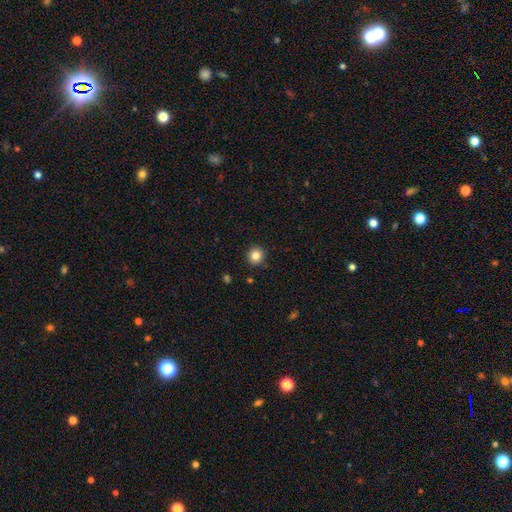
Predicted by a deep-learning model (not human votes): Smooth or featured?
  - smooth: 84% *
  - star or artifact: 11%
  - featured or disk: 5%
How rounded?
  - round: 92% *
  - in between: 7%
  - cigar-shaped: 1%
Merging?
  - none: 91% *
  - minor disturbance: 6%
  - major disturbance: 2%
  - merger: 1%